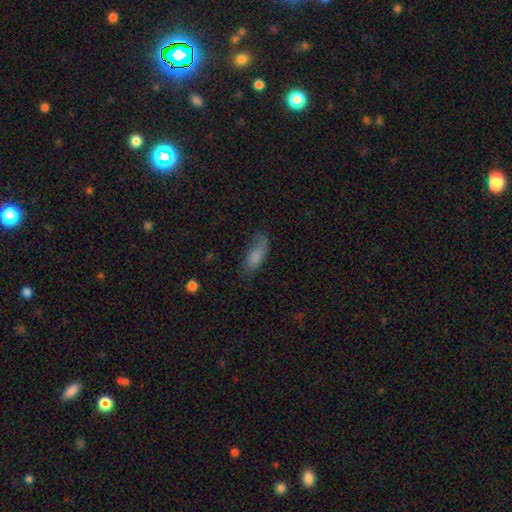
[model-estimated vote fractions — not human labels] Overall: smooth (79%). How rounded: in between (77%). Merging: none (58%; minor disturbance 29%).